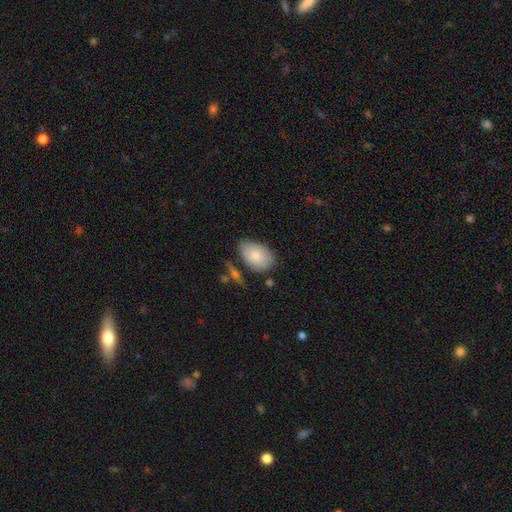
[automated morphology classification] Smooth or featured? smooth (82%)
How rounded? in between (89%)
Merging? none (67%)